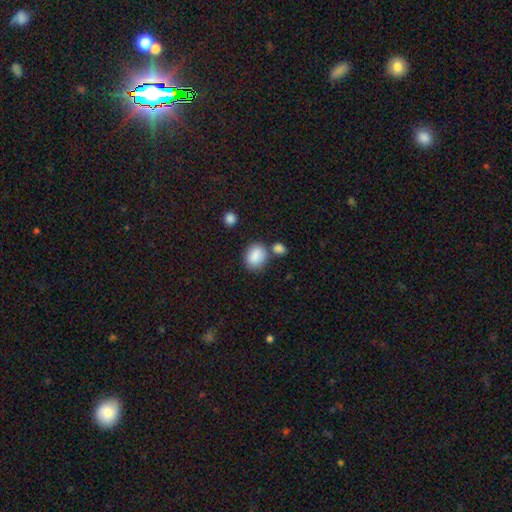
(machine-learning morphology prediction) This is clearly a smooth galaxy (87%). How rounded: possibly in between (58%). Merging: likely none (63%).